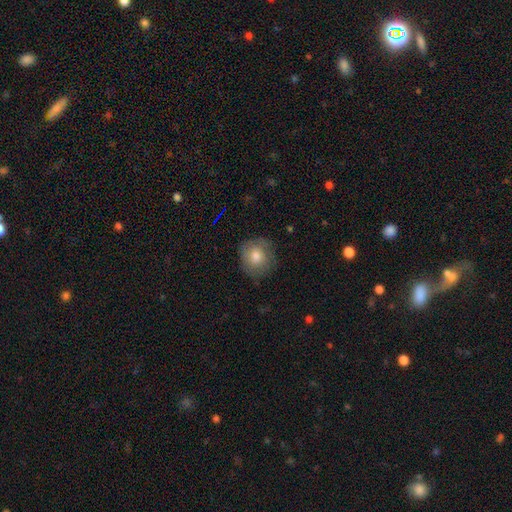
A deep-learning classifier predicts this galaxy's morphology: smooth_or_featured: smooth (p=0.68) [alt: featured or disk p=0.23]
how_rounded: round (p=0.88) [alt: in between p=0.11]
merging: none (p=0.77) [alt: minor disturbance p=0.17]